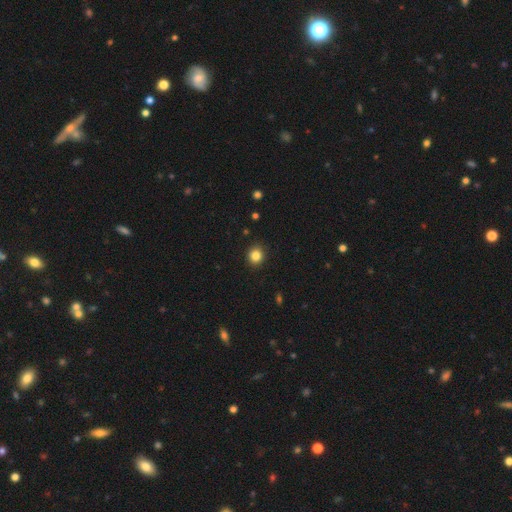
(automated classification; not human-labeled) Smooth or featured? smooth (84%)
How rounded? round (85%)
Merging? none (91%)